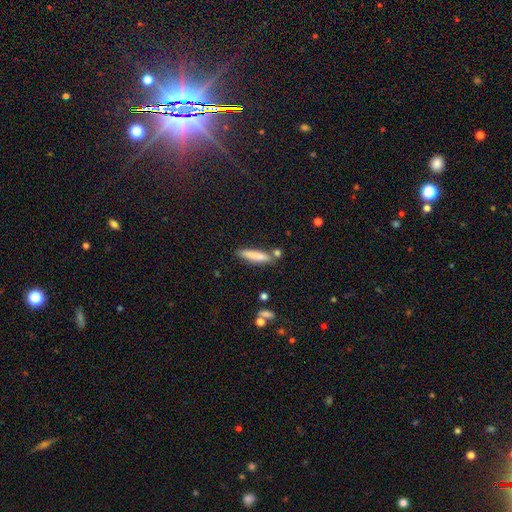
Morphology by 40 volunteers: smooth-or-featured: smooth: 88% | star or artifact: 8% | featured or disk: 5%
  how-rounded: cigar-shaped: 77% | in between: 23% | round: 0%
  merging: none: 70% | merger: 19% | minor disturbance: 11% | major disturbance: 0%